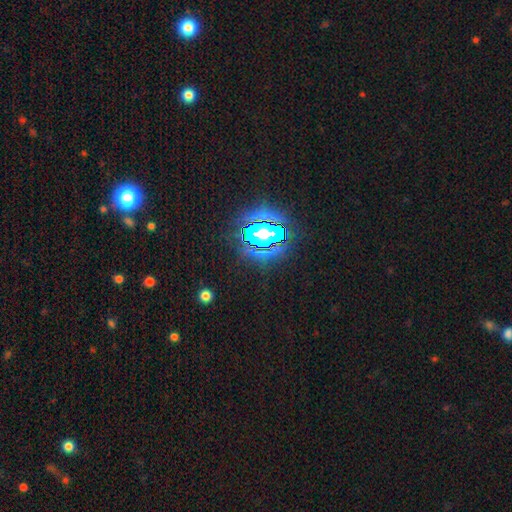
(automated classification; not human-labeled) Overall: star or artifact (79%).